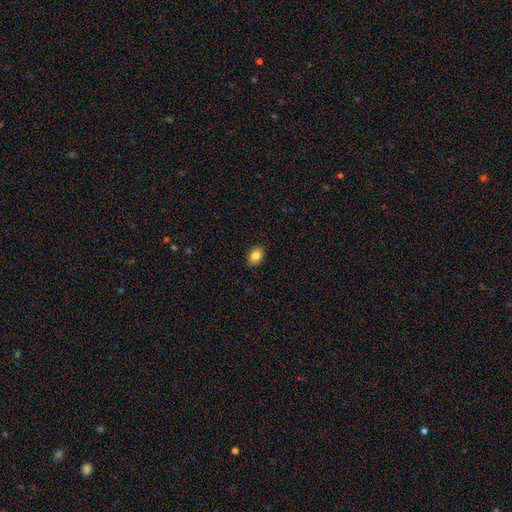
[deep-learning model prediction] Smooth or featured? Predicted: smooth (p=0.84). How rounded? Predicted: in between (p=0.80). Merging? Predicted: none (p=0.89).